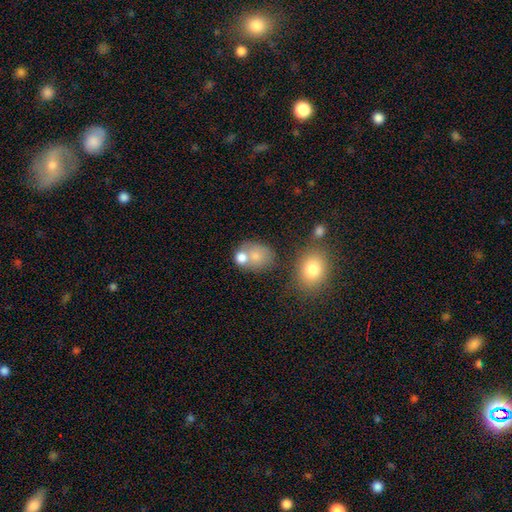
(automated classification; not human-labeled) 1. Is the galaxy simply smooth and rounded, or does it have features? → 76% smooth, 14% featured or disk, 11% star or artifact.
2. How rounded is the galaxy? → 57% round, 42% in between, 1% cigar-shaped.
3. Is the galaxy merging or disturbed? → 44% none, 36% merger, 14% minor disturbance, 7% major disturbance.